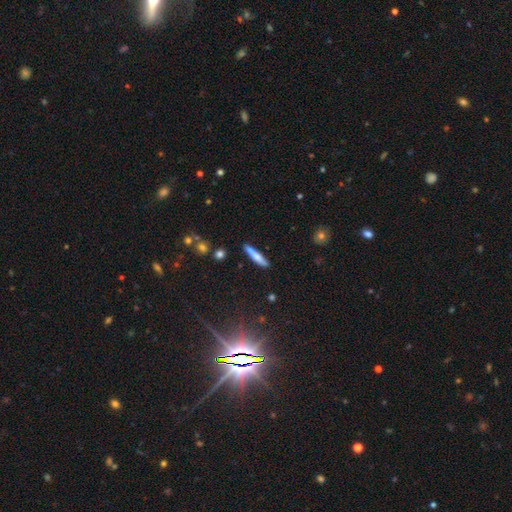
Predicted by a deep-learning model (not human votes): Smooth or featured?
  - smooth: 66% *
  - featured or disk: 28%
  - star or artifact: 7%
How rounded?
  - cigar-shaped: 89% *
  - in between: 9%
  - round: 2%
Merging?
  - none: 82% *
  - minor disturbance: 10%
  - merger: 5%
  - major disturbance: 2%